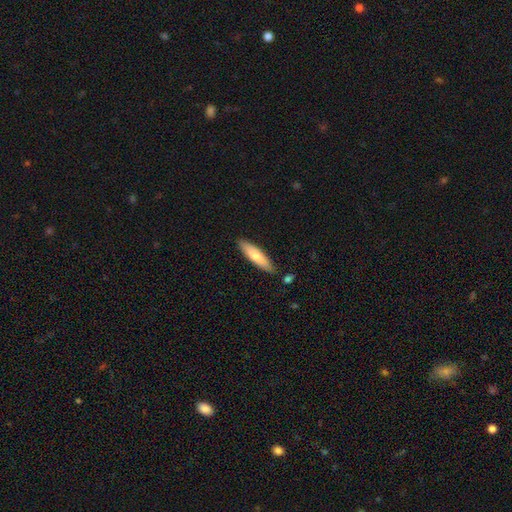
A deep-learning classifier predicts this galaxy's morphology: smooth-or-featured: smooth: 69% | featured or disk: 26% | star or artifact: 5%
  how-rounded: cigar-shaped: 71% | in between: 27% | round: 2%
  merging: none: 86% | minor disturbance: 9% | merger: 3% | major disturbance: 2%